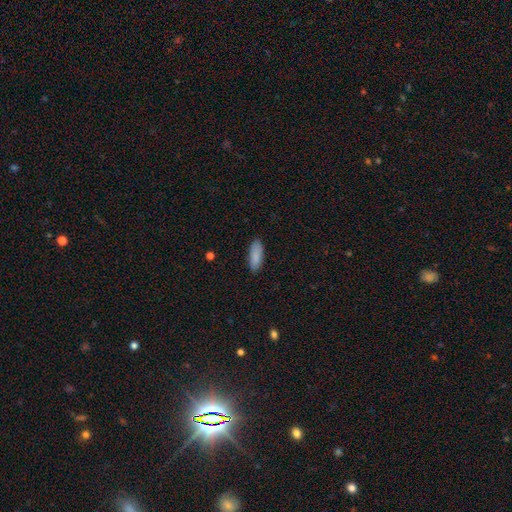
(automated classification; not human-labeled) Morphology: type=smooth (88%); roundness=in between (70%); merging=none (86%).